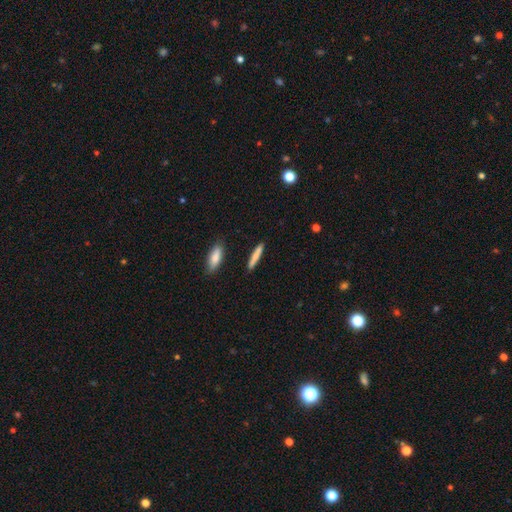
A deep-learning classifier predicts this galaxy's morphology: smooth_or_featured: smooth (p=0.77) [alt: featured or disk p=0.18]
how_rounded: cigar-shaped (p=0.90) [alt: in between p=0.08]
merging: none (p=0.88) [alt: minor disturbance p=0.08]